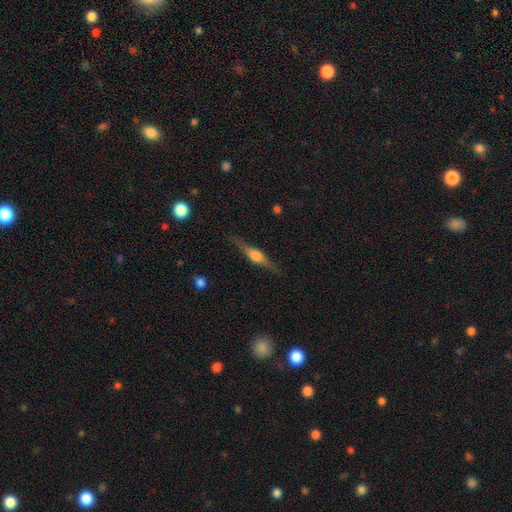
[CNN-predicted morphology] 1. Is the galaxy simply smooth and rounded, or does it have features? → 71% featured or disk, 22% smooth, 6% star or artifact.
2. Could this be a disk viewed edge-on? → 96% yes, 4% no.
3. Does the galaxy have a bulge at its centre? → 87% rounded, 11% boxy, 2% none.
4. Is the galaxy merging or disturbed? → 85% none, 11% minor disturbance, 3% major disturbance, 1% merger.